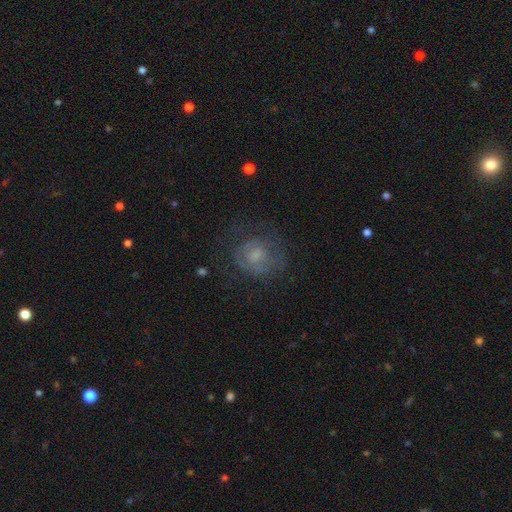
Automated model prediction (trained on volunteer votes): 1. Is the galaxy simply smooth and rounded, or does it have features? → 44% featured or disk, 43% smooth, 13% star or artifact.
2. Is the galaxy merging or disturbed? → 57% none, 21% major disturbance, 20% minor disturbance, 2% merger.